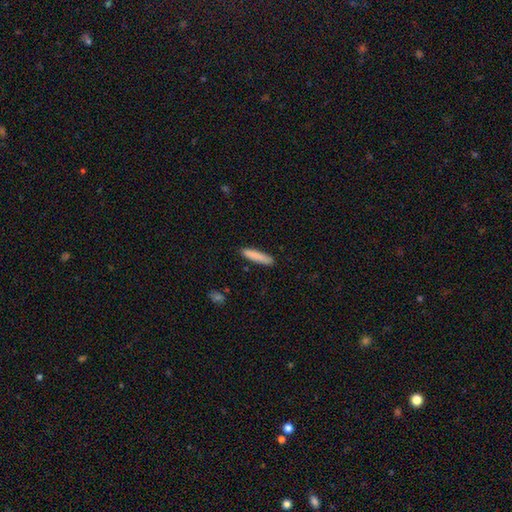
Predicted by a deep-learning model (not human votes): smooth 86%, featured or disk 8%, star or artifact 6%. Down the decision tree: how rounded — cigar-shaped (87%); merging — none (88%).